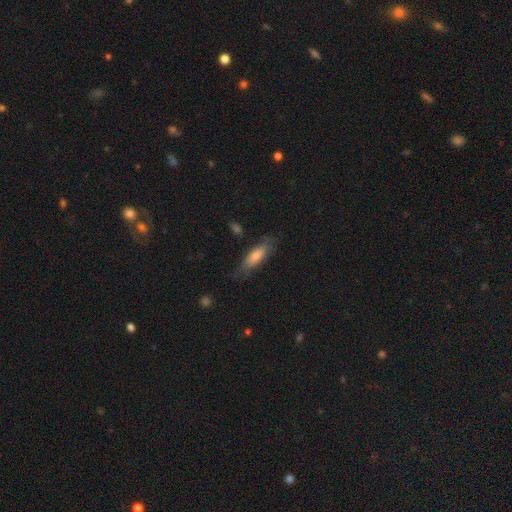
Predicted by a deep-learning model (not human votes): Smooth or featured? smooth (68%)
How rounded? cigar-shaped (54%)
Merging? none (75%)